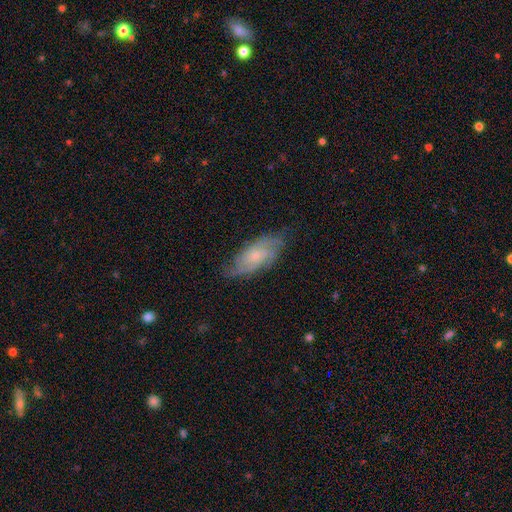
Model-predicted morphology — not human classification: The model was most divided on "spiral arm count": 2: 29%, can't tell: 26%, 3: 24%, 4: 11%, 1: 5%, more than 4: 5%. Remaining: spiral arms — yes (95%); edge-on disk — no (93%); smooth or featured — featured or disk (76%); merging — none (72%); bar — no (69%); bulge size — small (65%); spiral winding — tight (46%).